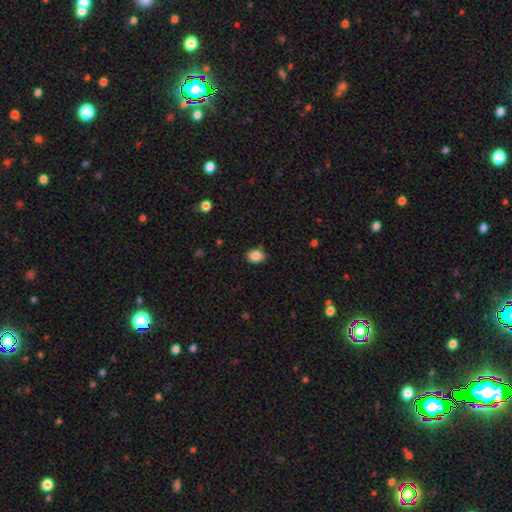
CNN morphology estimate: A smooth galaxy with no disk features (87%) that is in between round and cigar-shaped (64%). Merging: none (83%).